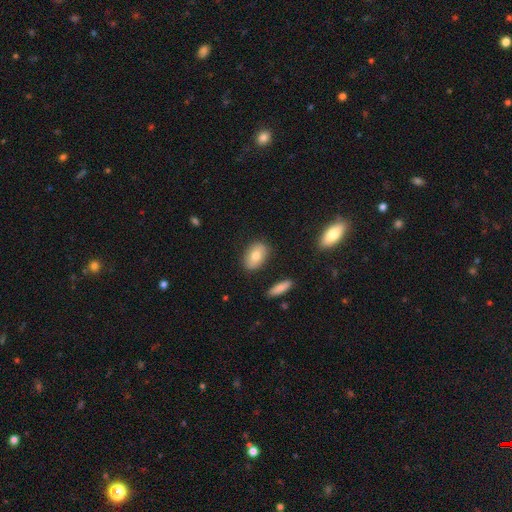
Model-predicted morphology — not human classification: smooth-or-featured: smooth: 76% | featured or disk: 16% | star or artifact: 7%
  how-rounded: in between: 87% | round: 11% | cigar-shaped: 2%
  merging: none: 84% | minor disturbance: 11% | major disturbance: 3% | merger: 3%